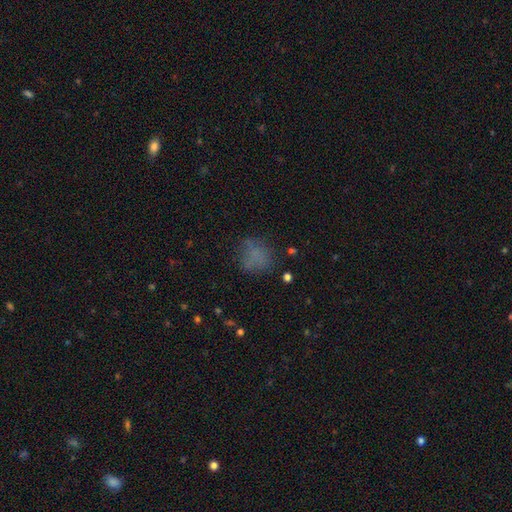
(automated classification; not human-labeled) Smooth or featured? Predicted: smooth (p=0.66). How rounded? Predicted: round (p=0.68). Merging? Predicted: none (p=0.62).